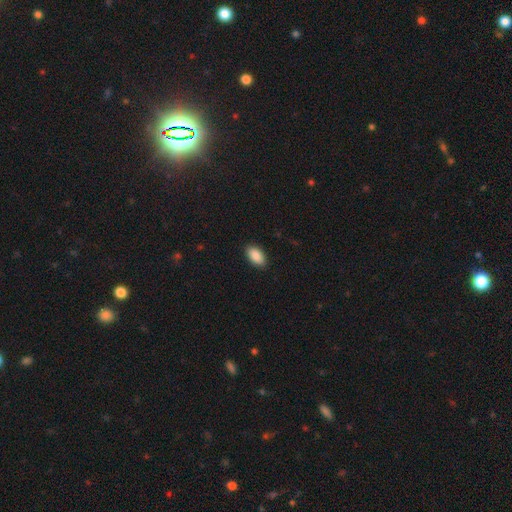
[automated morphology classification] Smooth or featured?
  - smooth: 89% *
  - star or artifact: 7%
  - featured or disk: 4%
How rounded?
  - in between: 94% *
  - round: 4%
  - cigar-shaped: 2%
Merging?
  - none: 89% *
  - minor disturbance: 8%
  - major disturbance: 2%
  - merger: 1%